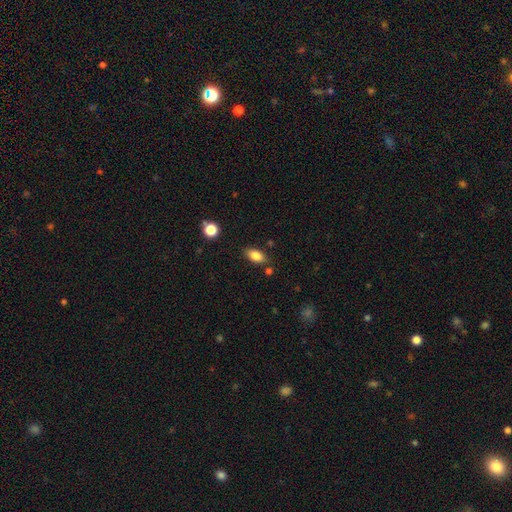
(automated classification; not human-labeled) A smooth galaxy with no disk features (83%) that is in between round and cigar-shaped (89%). Merging: none (80%).